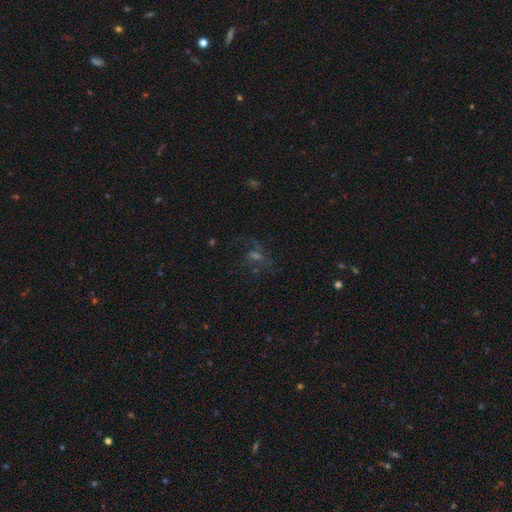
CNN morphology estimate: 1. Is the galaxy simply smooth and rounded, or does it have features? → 45% featured or disk, 33% star or artifact, 23% smooth.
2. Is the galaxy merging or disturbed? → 56% none, 24% major disturbance, 16% minor disturbance, 3% merger.